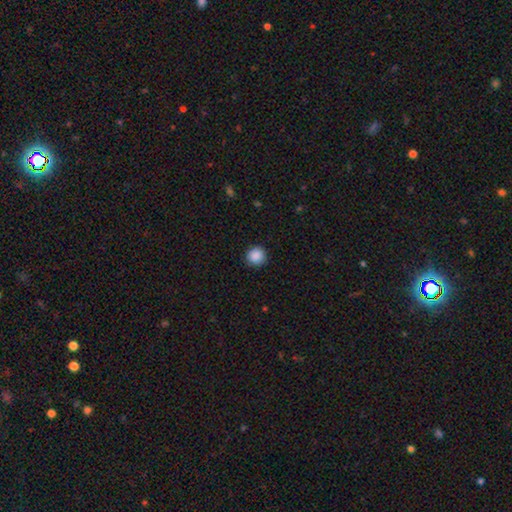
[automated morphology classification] smooth 89%, star or artifact 9%, featured or disk 3%. Down the decision tree: how rounded — round (94%); merging — none (91%).